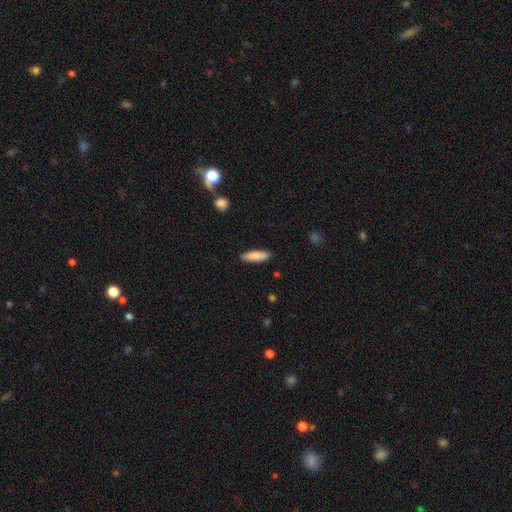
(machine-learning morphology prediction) smooth-or-featured: smooth: 85% | featured or disk: 9% | star or artifact: 6%
  how-rounded: cigar-shaped: 54% | in between: 44% | round: 2%
  merging: none: 89% | minor disturbance: 9% | major disturbance: 2% | merger: 1%